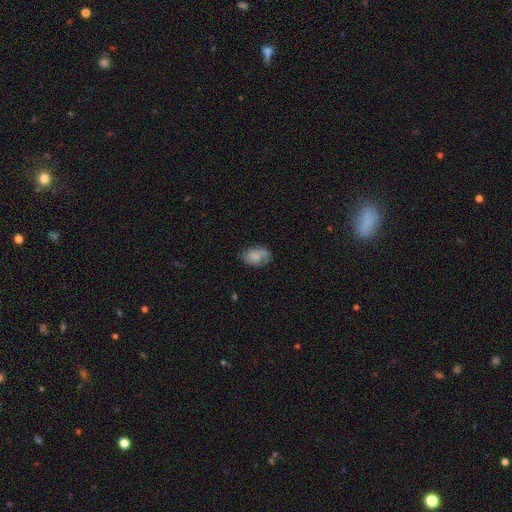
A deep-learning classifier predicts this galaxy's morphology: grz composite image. It shows a smooth galaxy with no disk features (66%) that is in between round and cigar-shaped (84%). Merging: none (62%).